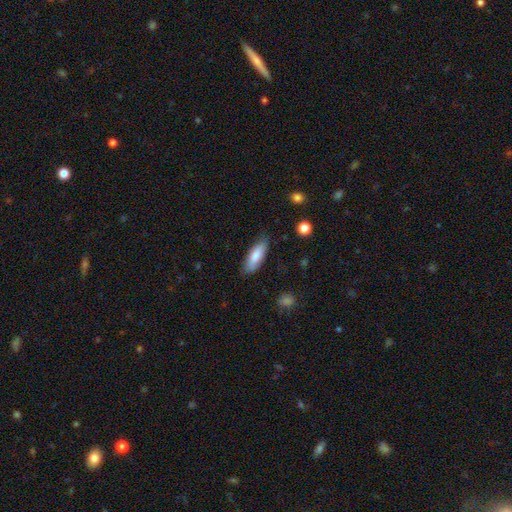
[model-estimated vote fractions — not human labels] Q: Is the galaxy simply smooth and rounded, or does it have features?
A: smooth — 78%.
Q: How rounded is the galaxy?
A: in between — 57%.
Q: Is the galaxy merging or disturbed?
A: none — 80%.